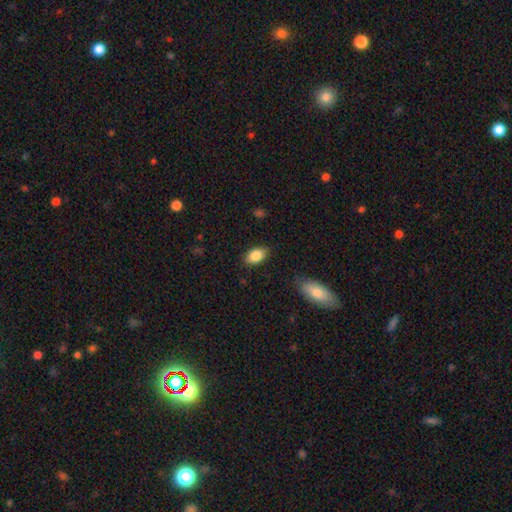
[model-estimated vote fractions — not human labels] This appears to be a smooth galaxy with no disk features (85%) that is in between round and cigar-shaped (89%). Merging: none (83%).